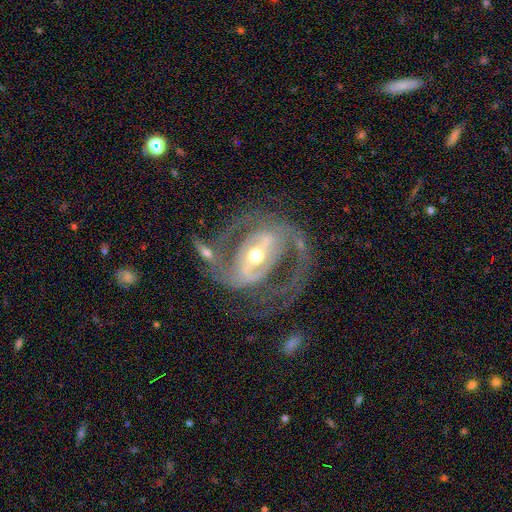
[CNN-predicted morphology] This appears to be a featured or disk galaxy (89%) with a strong bar (59%), 2 (86%) medium (53%) spiral arms (90%) and a moderate central bulge (62%). Merging: none (59%).